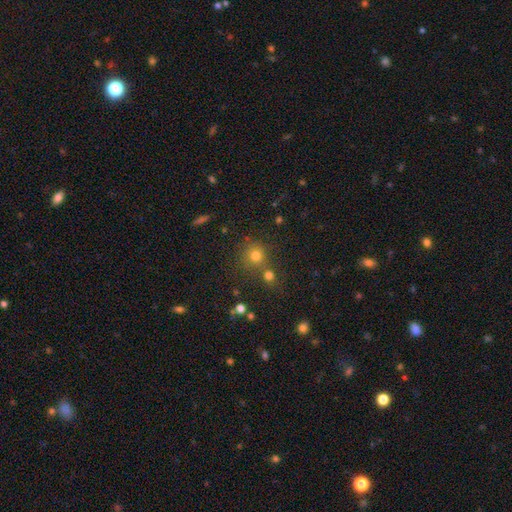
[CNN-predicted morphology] Smooth or featured: smooth — 74% (star or artifact — 18%)
How rounded: round — 89% (in between — 10%)
Merging: none — 62% (merger — 25%)